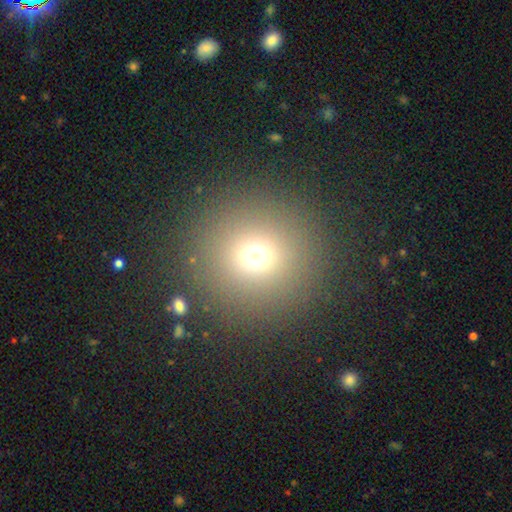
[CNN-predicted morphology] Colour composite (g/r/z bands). It shows a smooth galaxy with no disk features (70%) that is round (94%). Merging: none (89%).